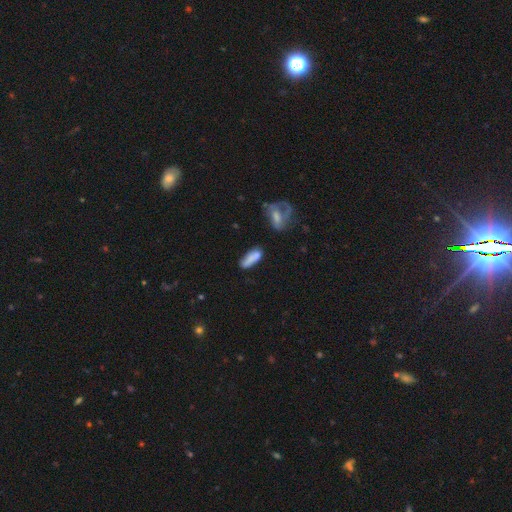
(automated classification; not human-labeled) This appears to be a smooth galaxy with no disk features (78%) that is in between round and cigar-shaped (54%). Merging: none (58%).